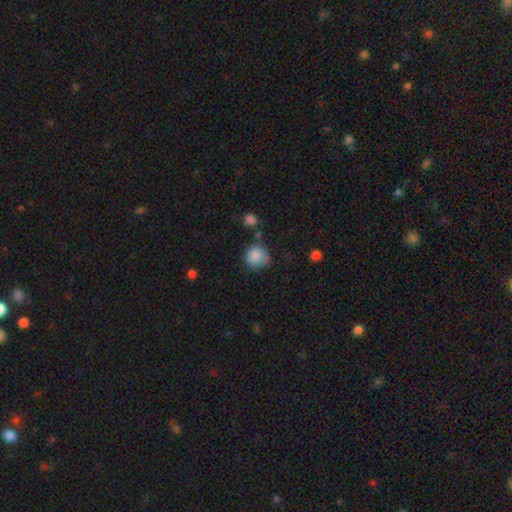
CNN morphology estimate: Smooth or featured: smooth — 86% (star or artifact — 8%)
How rounded: round — 89% (in between — 10%)
Merging: none — 69% (minor disturbance — 20%)